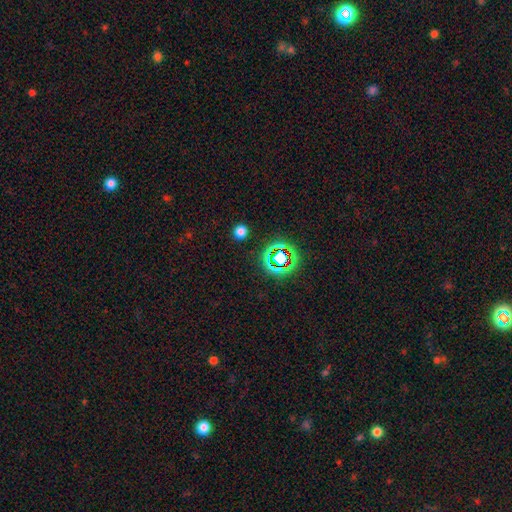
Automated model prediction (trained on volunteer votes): The model was most divided on "smooth or featured": star or artifact: 71%, smooth: 18%, featured or disk: 11%.